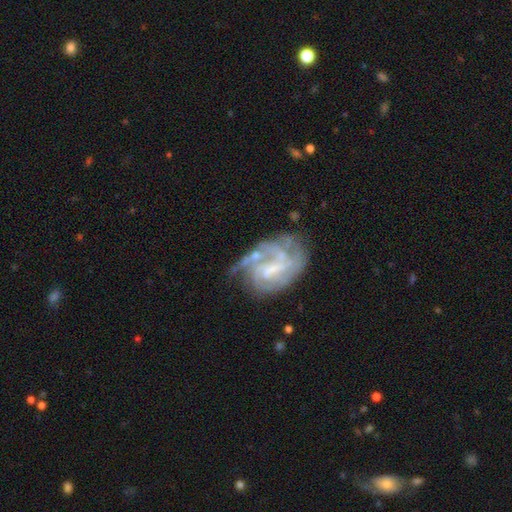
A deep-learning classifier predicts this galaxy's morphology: Smooth or featured?
  - featured or disk: 81% *
  - smooth: 11%
  - star or artifact: 7%
Edge-on disk?
  - no: 98% *
  - yes: 2%
Bar?
  - weak: 49% *
  - no: 31%
  - strong: 21%
Spiral arms?
  - yes: 85% *
  - no: 15%
Spiral winding?
  - tight: 48% *
  - medium: 37%
  - loose: 15%
Spiral arm count?
  - can't tell: 39% *
  - 2: 20%
  - 3: 19%
  - 1: 9%
  - 4: 8%
  - more than 4: 5%
Bulge size?
  - none: 39% *
  - small: 30%
  - moderate: 26%
  - large: 4%
  - dominant: 1%
Merging?
  - none: 42% *
  - major disturbance: 27%
  - minor disturbance: 25%
  - merger: 6%